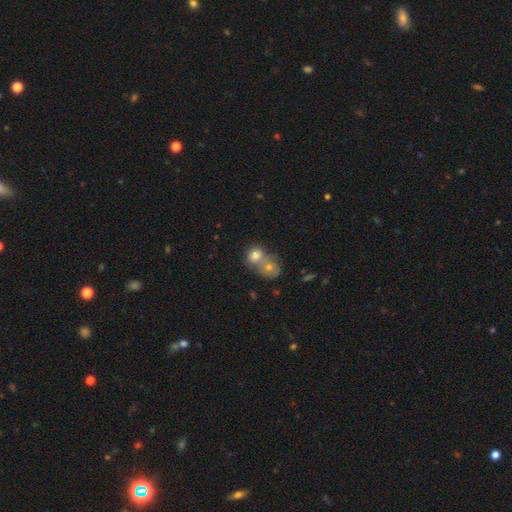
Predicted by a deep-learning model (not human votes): This appears to be a smooth galaxy with no disk features (76%) that is round (61%). Merging: merger (65%).